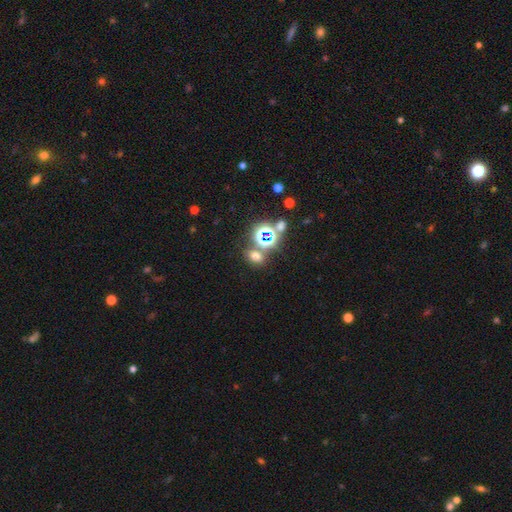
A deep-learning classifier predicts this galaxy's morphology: This is possibly a smooth galaxy (57%). How rounded: likely in between (61%). Merging: likely none (69%).